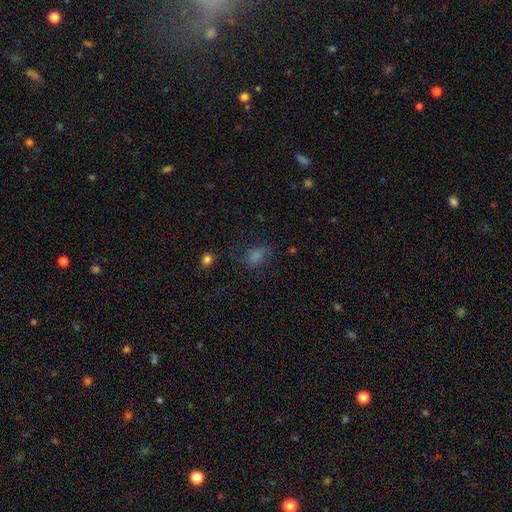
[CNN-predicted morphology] This is possibly a smooth galaxy (55%). How rounded: likely in between (63%). Merging: likely none (63%).